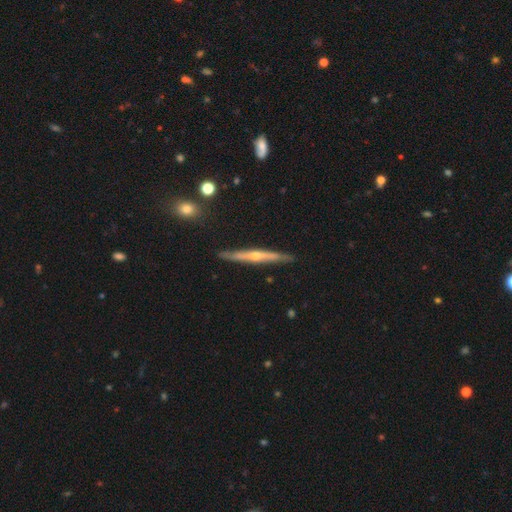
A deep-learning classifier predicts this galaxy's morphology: This appears to be a featured or disk galaxy (74%) viewed edge-on (96%) with a rounded central bulge (79%). Merging: none (88%).